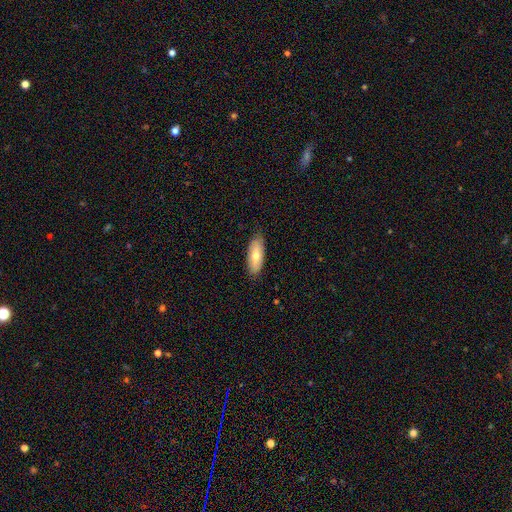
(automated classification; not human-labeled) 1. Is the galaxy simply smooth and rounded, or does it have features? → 71% smooth, 23% featured or disk, 6% star or artifact.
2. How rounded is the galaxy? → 77% in between, 21% cigar-shaped, 2% round.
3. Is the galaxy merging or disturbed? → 84% none, 13% minor disturbance, 2% major disturbance, 1% merger.